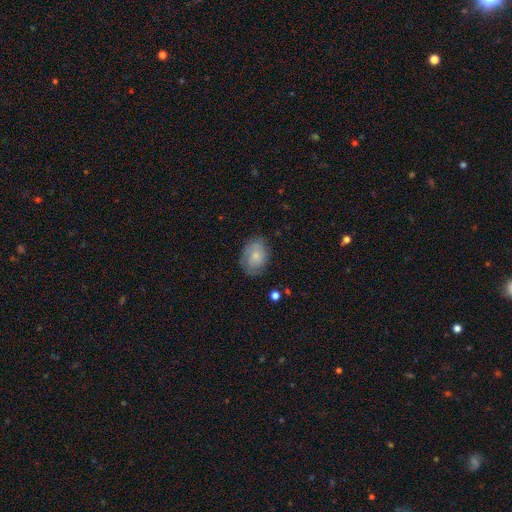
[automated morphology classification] Q: Smooth or featured?
A: smooth (66%); runner-up: featured or disk (26%)
Q: How rounded?
A: in between (67%); runner-up: round (32%)
Q: Merging?
A: none (70%); runner-up: minor disturbance (22%)